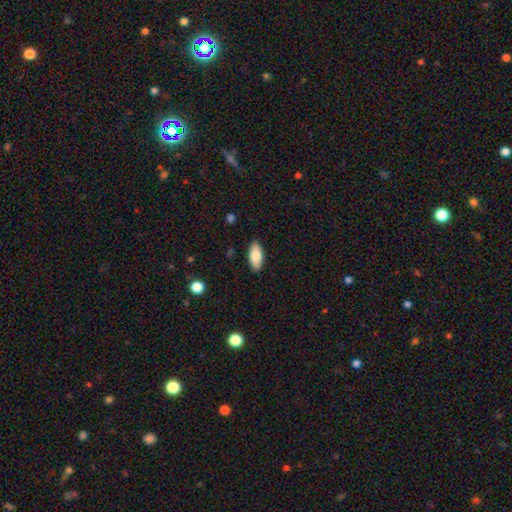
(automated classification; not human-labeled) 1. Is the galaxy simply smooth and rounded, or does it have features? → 81% smooth, 12% featured or disk, 6% star or artifact.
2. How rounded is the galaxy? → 89% in between, 9% cigar-shaped, 2% round.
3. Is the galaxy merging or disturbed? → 89% none, 8% minor disturbance, 2% major disturbance, 1% merger.